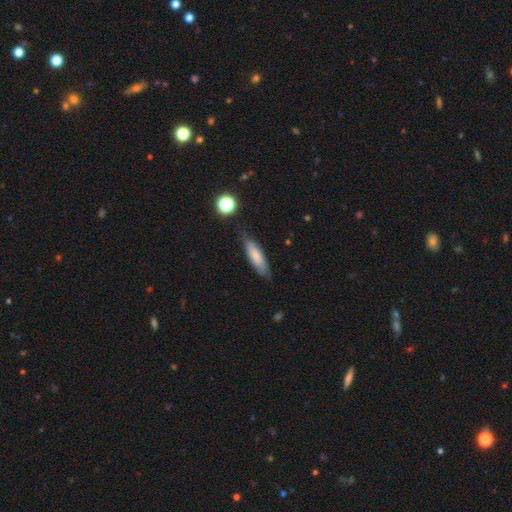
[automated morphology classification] Smooth or featured? Predicted: smooth (p=0.74). How rounded? Predicted: cigar-shaped (p=0.61). Merging? Predicted: none (p=0.76).